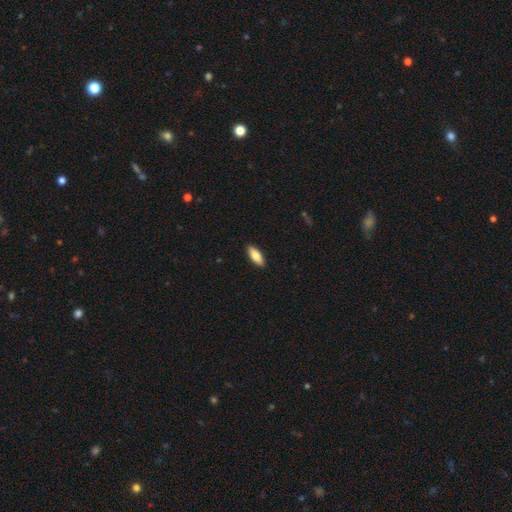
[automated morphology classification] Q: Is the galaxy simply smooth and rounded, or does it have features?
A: smooth — 83%.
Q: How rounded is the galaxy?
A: in between — 74%.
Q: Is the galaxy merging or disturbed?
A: none — 90%.